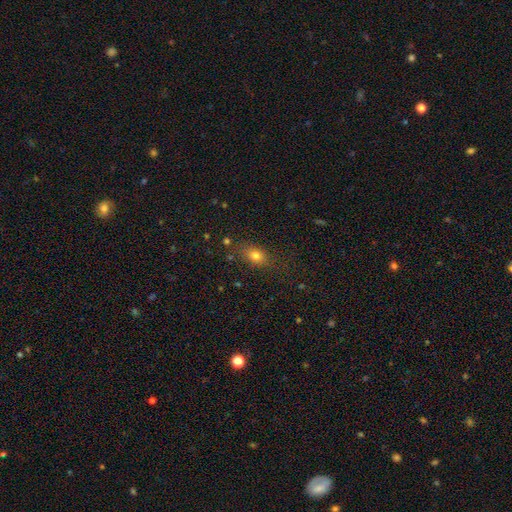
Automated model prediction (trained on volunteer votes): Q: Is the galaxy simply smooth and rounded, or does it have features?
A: smooth — 76%.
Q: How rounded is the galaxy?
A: in between — 66%.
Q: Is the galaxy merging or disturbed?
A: none — 77%.